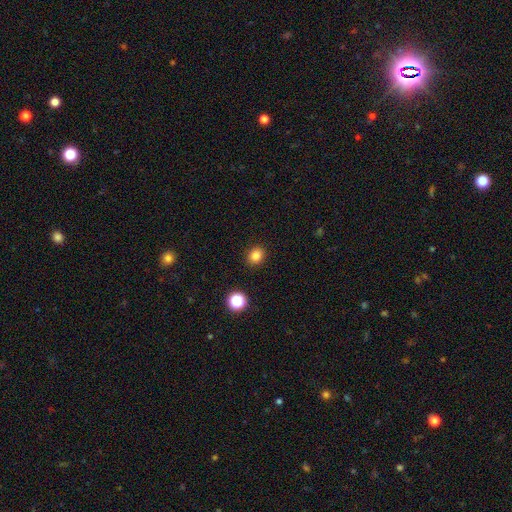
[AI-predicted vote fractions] Smooth or featured: smooth — 82% (star or artifact — 13%)
How rounded: round — 65% (in between — 35%)
Merging: none — 90% (minor disturbance — 6%)